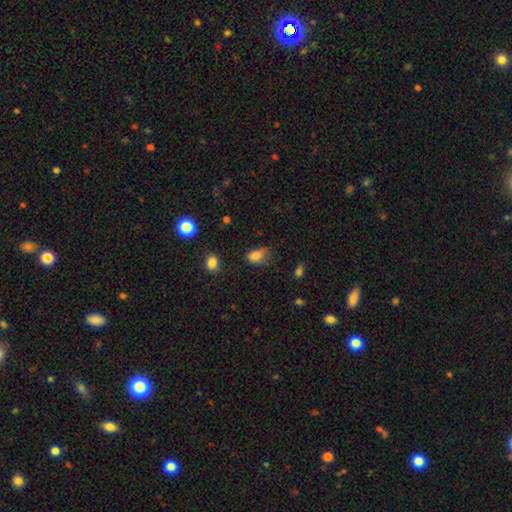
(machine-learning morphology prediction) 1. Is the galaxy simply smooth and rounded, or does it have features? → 80% smooth, 11% star or artifact, 9% featured or disk.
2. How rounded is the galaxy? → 77% in between, 21% round, 2% cigar-shaped.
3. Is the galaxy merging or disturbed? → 40% none, 39% minor disturbance, 18% major disturbance, 3% merger.